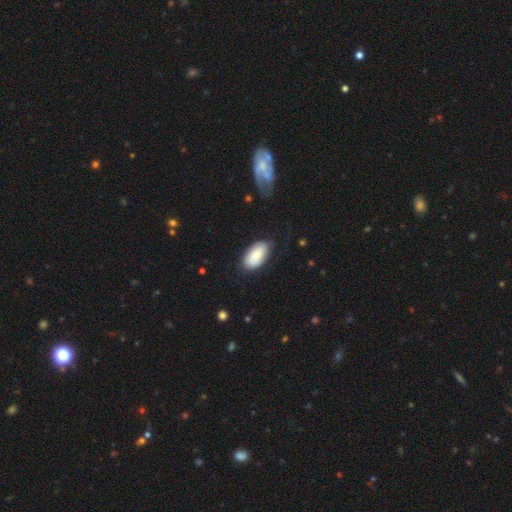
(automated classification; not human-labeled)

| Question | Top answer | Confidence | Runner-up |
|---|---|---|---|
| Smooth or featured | smooth | 81% | featured or disk (13%) |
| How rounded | in between | 95% | round (3%) |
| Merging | none | 75% | minor disturbance (19%) |